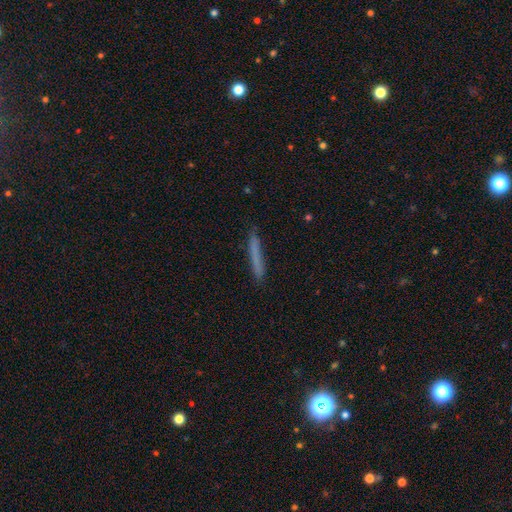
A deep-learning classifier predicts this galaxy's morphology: A smooth galaxy with no disk features (71%) that is cigar-shaped (96%). Merging: none (86%).